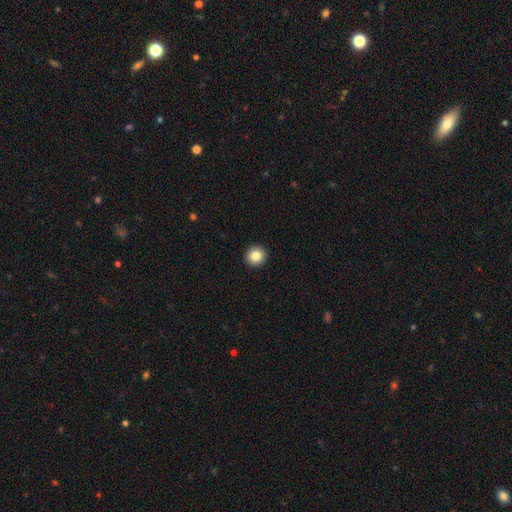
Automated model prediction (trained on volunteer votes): Smooth or featured? smooth (84%)
How rounded? round (95%)
Merging? none (94%)